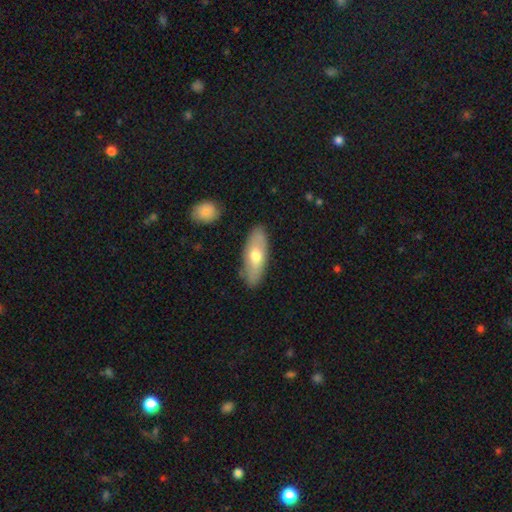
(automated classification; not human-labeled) smooth_or_featured: smooth (p=0.61) [alt: featured or disk p=0.34]
how_rounded: in between (p=0.72) [alt: cigar-shaped p=0.25]
merging: none (p=0.84) [alt: minor disturbance p=0.12]